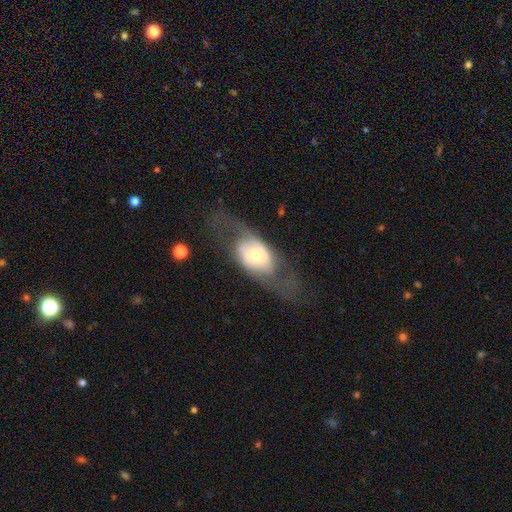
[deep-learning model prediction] smooth_or_featured: featured or disk (p=0.63) [alt: smooth p=0.31]
disk_edge_on: no (p=0.84) [alt: yes p=0.16]
bar: no (p=0.58) [alt: weak p=0.28]
has_spiral_arms: yes (p=0.60) [alt: no p=0.40]
bulge_size: moderate (p=0.54) [alt: small p=0.29]
merging: none (p=0.55) [alt: major disturbance p=0.26]